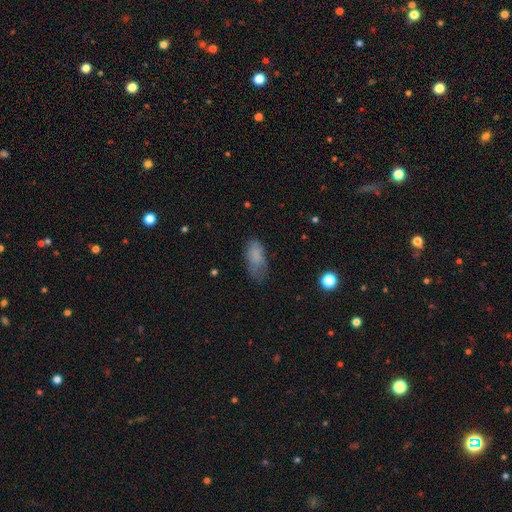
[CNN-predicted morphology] type=smooth (77%); roundness=in between (90%); merging=none (54%).